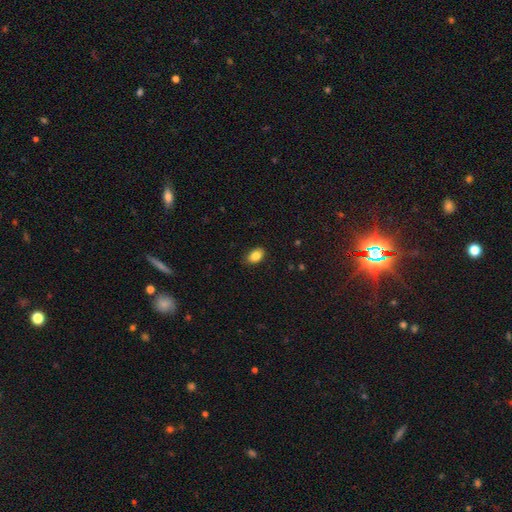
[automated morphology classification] type=smooth (86%); roundness=in between (85%); merging=none (84%).